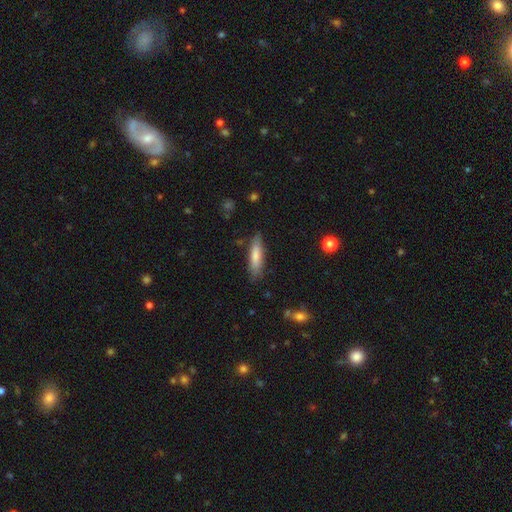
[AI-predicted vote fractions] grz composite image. It shows a smooth galaxy with no disk features (76%) that is cigar-shaped (71%). Merging: none (81%).